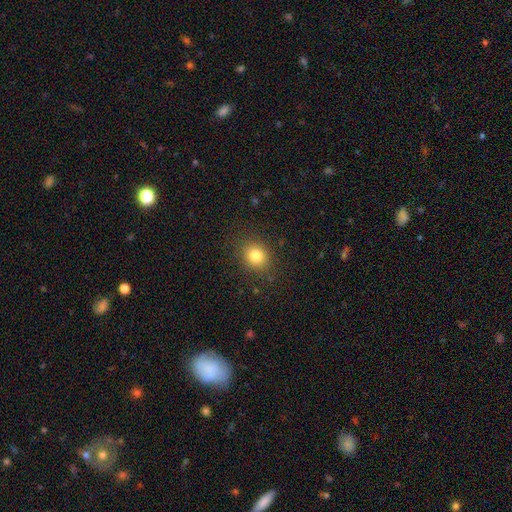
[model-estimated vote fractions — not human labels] Smooth or featured? Predicted: smooth (p=0.81). How rounded? Predicted: round (p=0.66). Merging? Predicted: none (p=0.87).